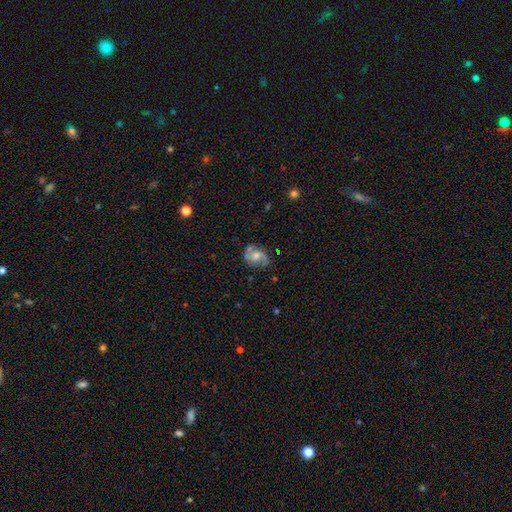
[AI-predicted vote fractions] A featured or disk galaxy (71%) with no bar (57%), 2 (87%) medium (47%) spiral arms (91%) and a moderate central bulge (59%). Merging: none (69%).